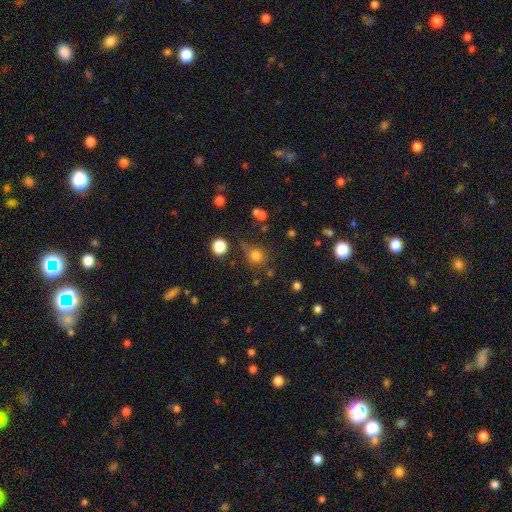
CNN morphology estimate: This is likely a smooth galaxy (76%). How rounded: clearly round (88%). Merging: likely none (68%).